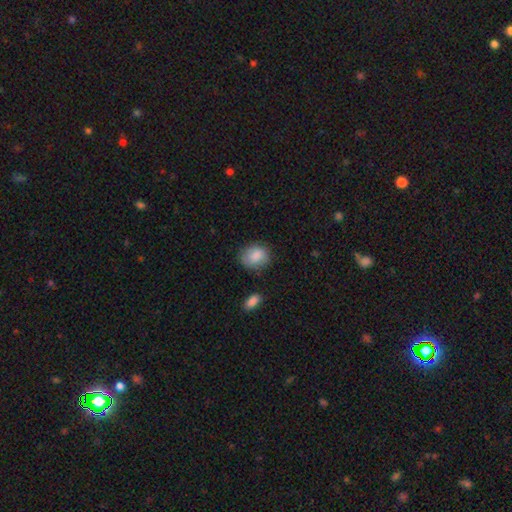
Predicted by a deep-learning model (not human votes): smooth 86%, star or artifact 7%, featured or disk 6%. Down the decision tree: how rounded — round (50%); merging — none (74%).